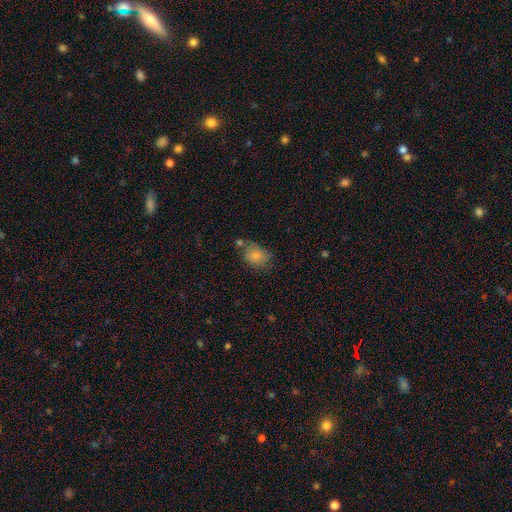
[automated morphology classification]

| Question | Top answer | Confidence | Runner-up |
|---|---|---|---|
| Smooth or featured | smooth | 79% | featured or disk (12%) |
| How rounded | in between | 65% | round (34%) |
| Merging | none | 56% | minor disturbance (23%) |